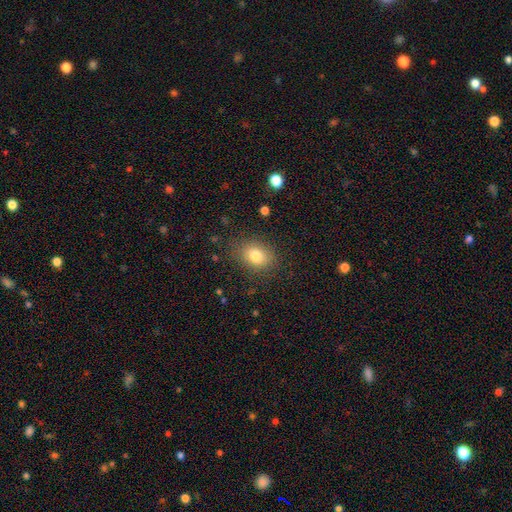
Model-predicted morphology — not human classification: This appears to be a smooth galaxy with no disk features (79%) that is in between round and cigar-shaped (60%). Merging: none (81%).